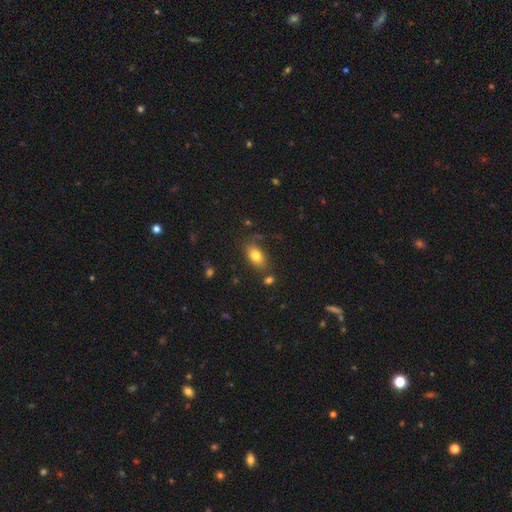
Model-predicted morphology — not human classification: Smooth or featured?
  - smooth: 79% *
  - featured or disk: 12%
  - star or artifact: 9%
How rounded?
  - in between: 88% *
  - round: 8%
  - cigar-shaped: 4%
Merging?
  - none: 73% *
  - minor disturbance: 15%
  - merger: 6%
  - major disturbance: 6%